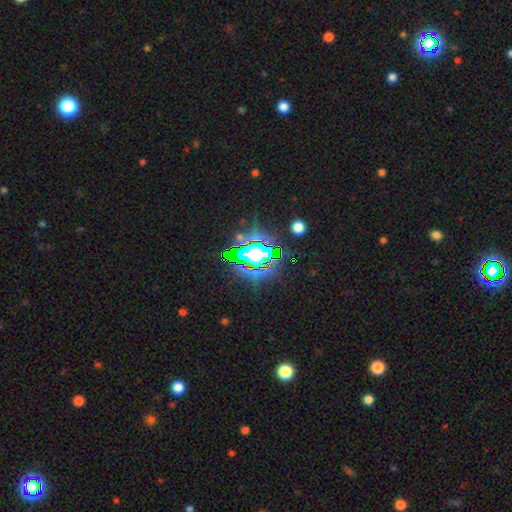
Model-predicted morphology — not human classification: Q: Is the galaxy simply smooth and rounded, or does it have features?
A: star or artifact — 71%.